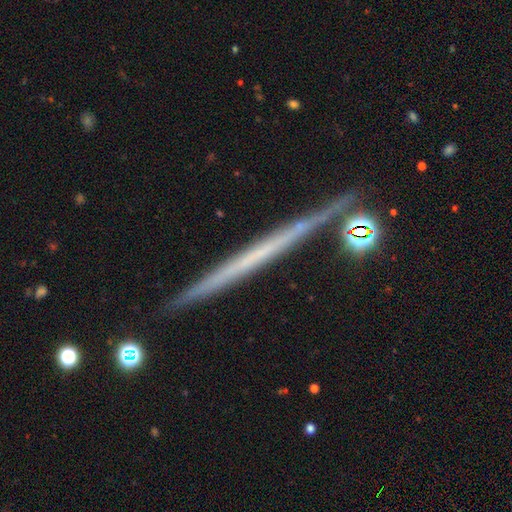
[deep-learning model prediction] Q: Smooth or featured?
A: featured or disk (66%); runner-up: smooth (26%)
Q: Edge-on disk?
A: yes (97%); runner-up: no (3%)
Q: Edge-on bulge?
A: none (93%); runner-up: rounded (4%)
Q: Merging?
A: none (88%); runner-up: minor disturbance (7%)